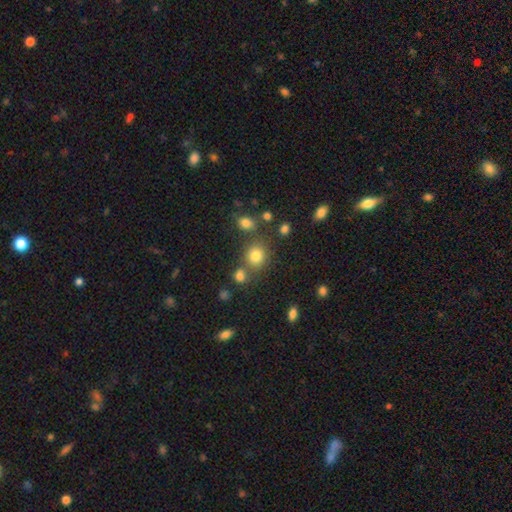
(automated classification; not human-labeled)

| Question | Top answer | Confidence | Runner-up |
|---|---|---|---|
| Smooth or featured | smooth | 78% | star or artifact (15%) |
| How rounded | round | 83% | in between (16%) |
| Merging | none | 69% | merger (16%) |